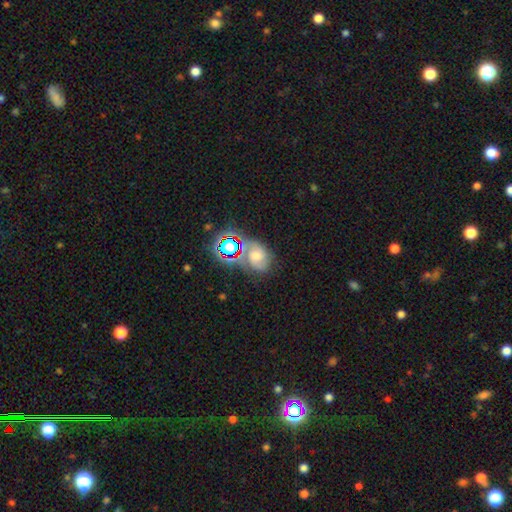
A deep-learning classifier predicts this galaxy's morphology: featured or disk 37%, smooth 32%, star or artifact 31%. Down the decision tree: merging — none (53%).